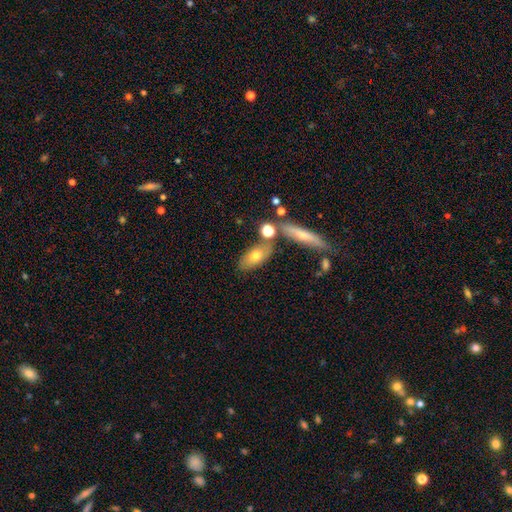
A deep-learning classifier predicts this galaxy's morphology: This is likely a smooth galaxy (68%). How rounded: likely in between (74%). Merging: likely none (65%).